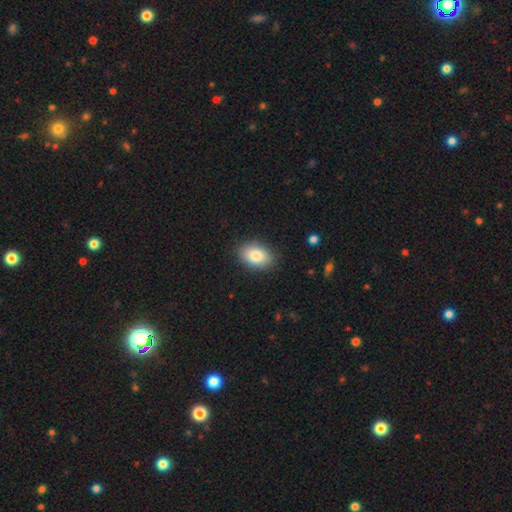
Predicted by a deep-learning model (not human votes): Smooth or featured?
  - smooth: 85% *
  - featured or disk: 8%
  - star or artifact: 7%
How rounded?
  - in between: 86% *
  - round: 12%
  - cigar-shaped: 1%
Merging?
  - none: 87% *
  - minor disturbance: 9%
  - major disturbance: 2%
  - merger: 1%